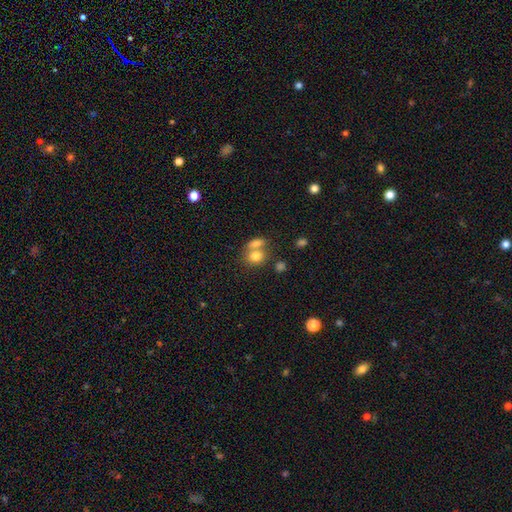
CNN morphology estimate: Smooth or featured? smooth (79%)
How rounded? in between (54%)
Merging? merger (54%)